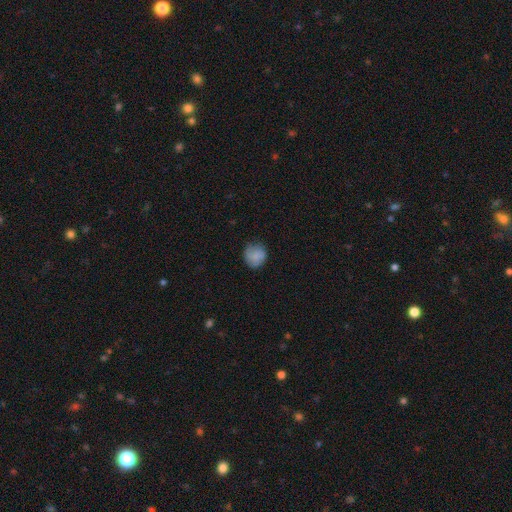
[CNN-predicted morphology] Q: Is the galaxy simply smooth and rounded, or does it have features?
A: smooth — 80%.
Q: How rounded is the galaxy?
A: round — 85%.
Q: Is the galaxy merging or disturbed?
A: none — 74%.